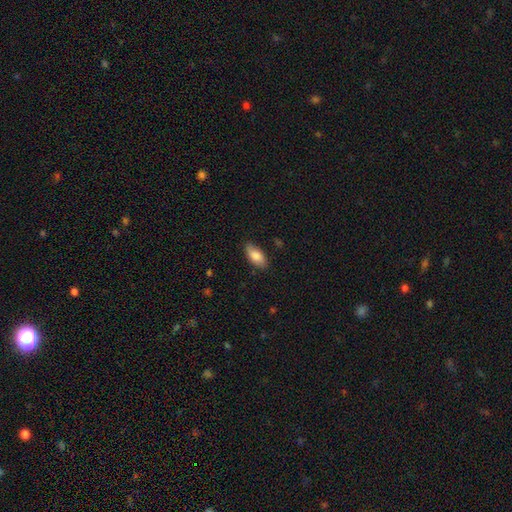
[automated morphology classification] The model was most divided on "merging": none: 78%, minor disturbance: 17%, major disturbance: 3%, merger: 1%. More confident: how rounded — in between (90%); smooth or featured — smooth (83%).